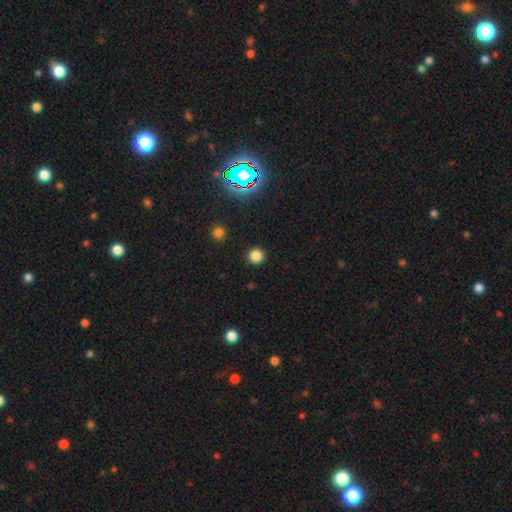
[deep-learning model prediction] Q: Smooth or featured?
A: smooth (80%); runner-up: star or artifact (16%)
Q: How rounded?
A: round (95%); runner-up: in between (4%)
Q: Merging?
A: none (92%); runner-up: minor disturbance (5%)